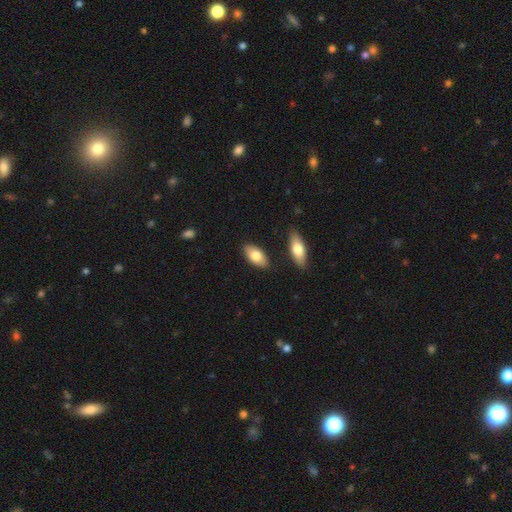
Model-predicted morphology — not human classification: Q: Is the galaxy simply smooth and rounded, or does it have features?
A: smooth — 78%.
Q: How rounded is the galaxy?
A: in between — 92%.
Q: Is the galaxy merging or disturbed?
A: none — 85%.